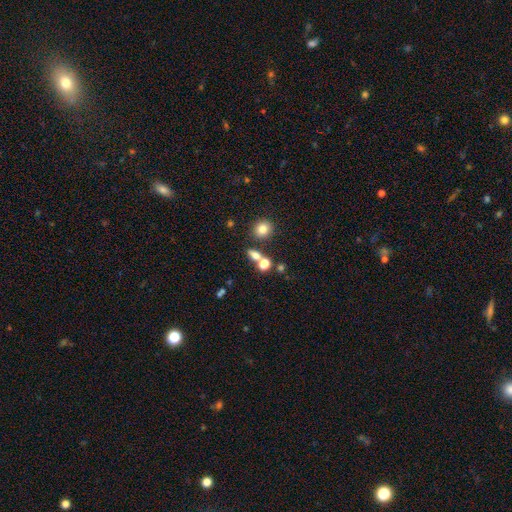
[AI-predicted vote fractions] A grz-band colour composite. It shows a smooth galaxy with no disk features (73%) that is in between round and cigar-shaped (53%). Merging: none (54%).